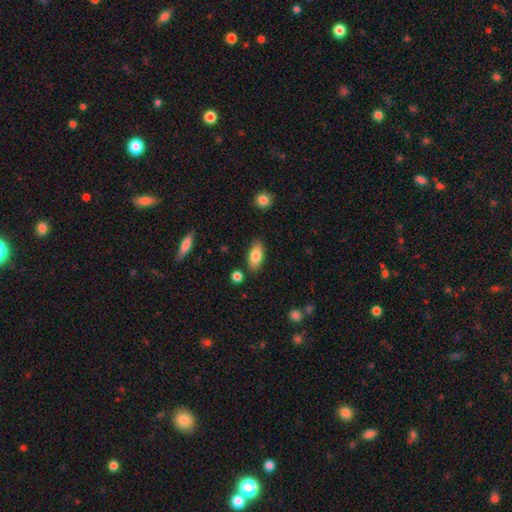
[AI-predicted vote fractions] smooth 82%, featured or disk 11%, star or artifact 7%. Down the decision tree: how rounded — in between (90%); merging — none (85%).